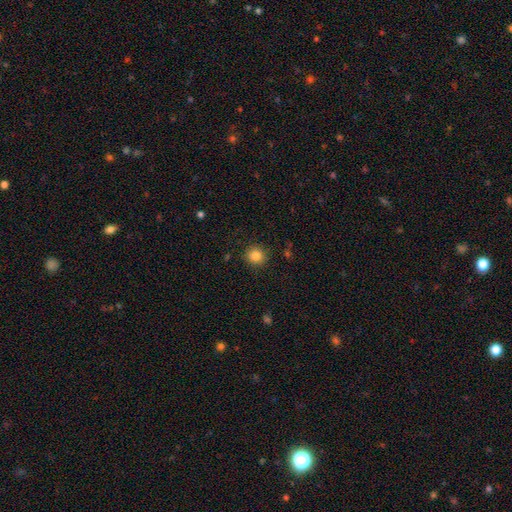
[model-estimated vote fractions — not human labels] Smooth or featured? smooth (84%)
How rounded? round (91%)
Merging? none (90%)